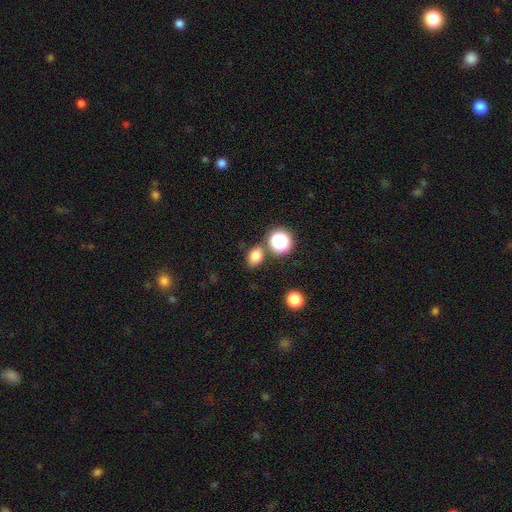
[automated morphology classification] The model was most divided on "how rounded": in between: 64%, round: 34%, cigar-shaped: 1%. More confident: smooth or featured — smooth (79%); merging — none (75%).